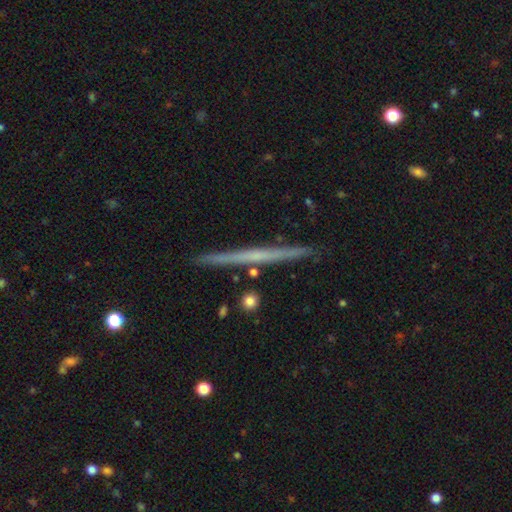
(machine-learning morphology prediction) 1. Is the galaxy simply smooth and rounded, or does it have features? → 61% featured or disk, 34% smooth, 6% star or artifact.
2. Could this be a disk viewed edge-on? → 98% yes, 2% no.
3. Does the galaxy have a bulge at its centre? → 87% none, 9% rounded, 3% boxy.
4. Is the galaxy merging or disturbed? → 91% none, 6% minor disturbance, 2% merger, 1% major disturbance.